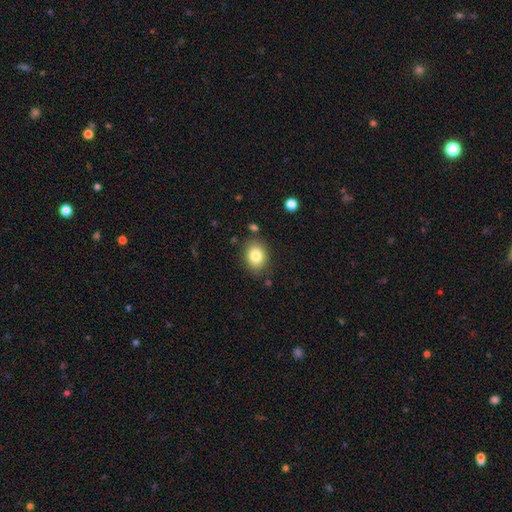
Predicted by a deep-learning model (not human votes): The model was most divided on "how rounded": in between: 61%, round: 38%, cigar-shaped: 1%. More confident: smooth or featured — smooth (83%); merging — none (81%).